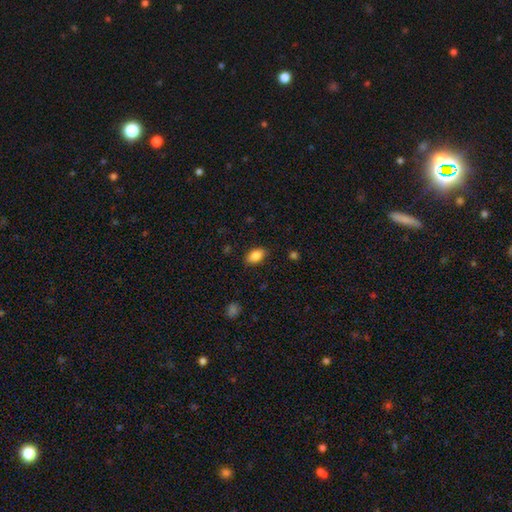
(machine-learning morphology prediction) type=smooth (86%); roundness=in between (89%); merging=none (86%).